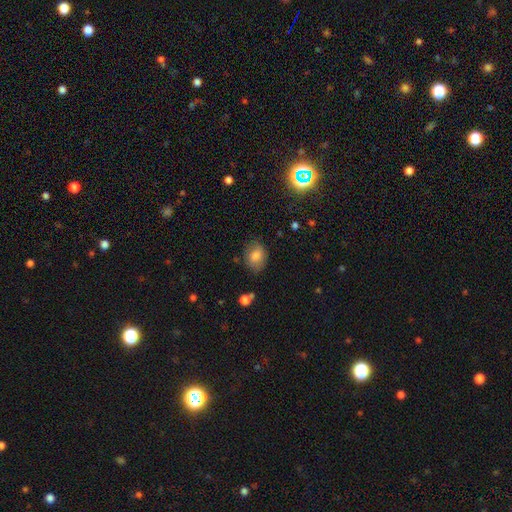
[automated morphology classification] The model was most divided on "how rounded": in between: 73%, round: 25%, cigar-shaped: 1%. More confident: smooth or featured — smooth (77%); merging — none (72%).